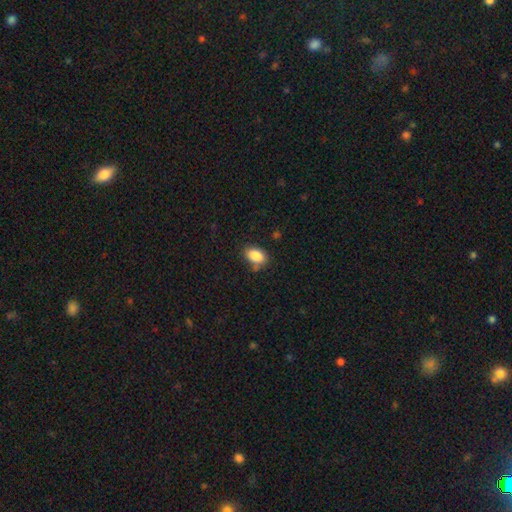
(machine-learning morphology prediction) Smooth or featured? smooth (86%)
How rounded? in between (87%)
Merging? none (73%)